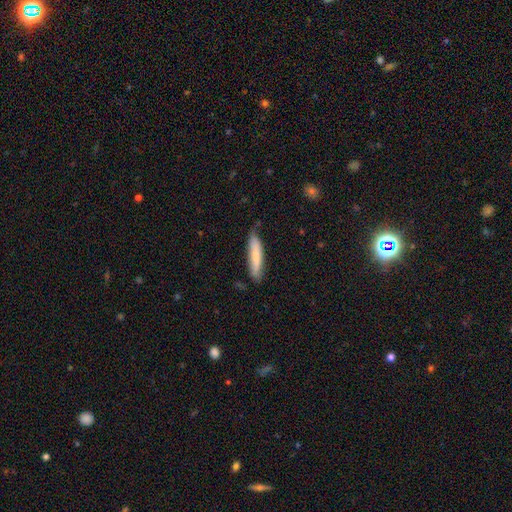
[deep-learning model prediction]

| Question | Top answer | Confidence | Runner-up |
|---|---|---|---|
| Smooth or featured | smooth | 75% | featured or disk (20%) |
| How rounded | cigar-shaped | 85% | in between (14%) |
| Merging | none | 73% | minor disturbance (22%) |